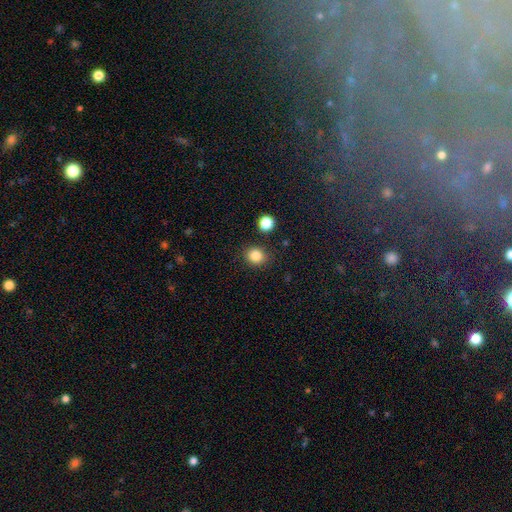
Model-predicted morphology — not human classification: Smooth or featured? smooth (85%)
How rounded? round (79%)
Merging? none (85%)